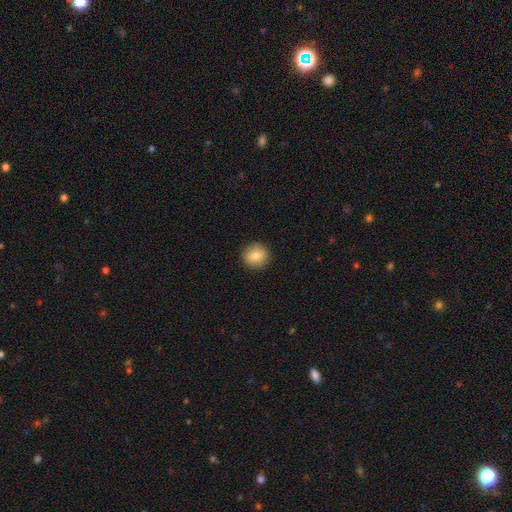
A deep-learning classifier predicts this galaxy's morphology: type=smooth (82%); roundness=round (90%); merging=none (91%).